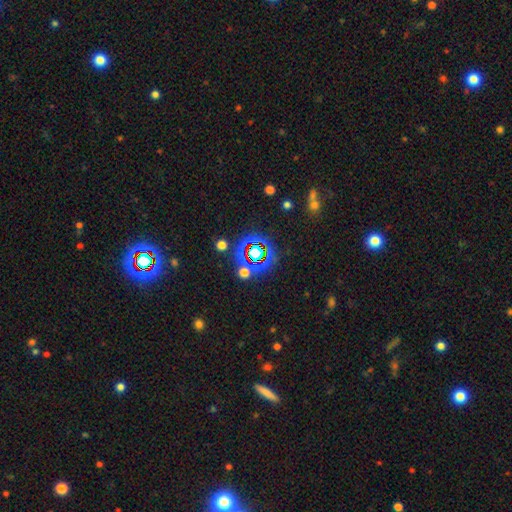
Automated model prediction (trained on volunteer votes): Overall: star or artifact (73%).